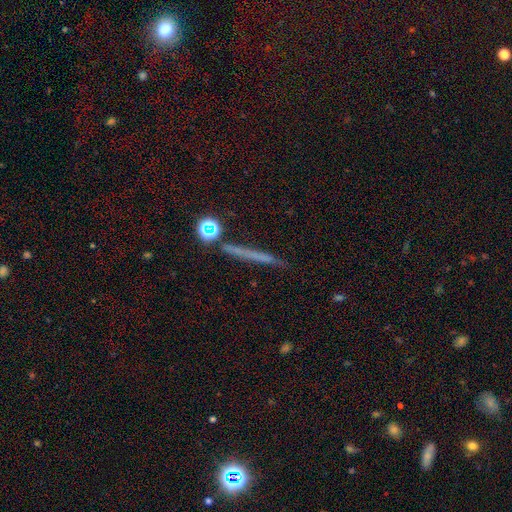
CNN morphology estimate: This appears to be a smooth galaxy with no disk features (47%). Merging: none (83%).